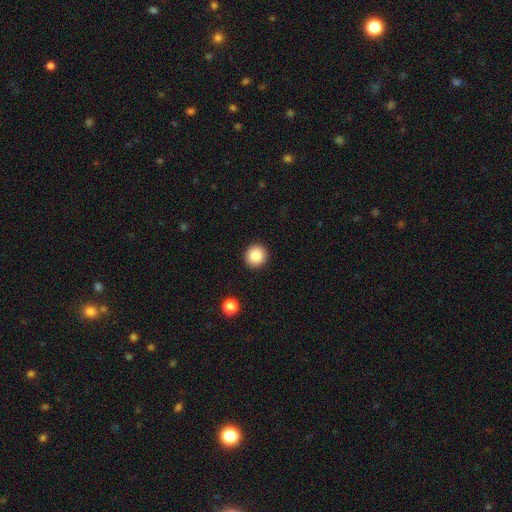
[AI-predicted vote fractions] A smooth galaxy with no disk features (84%) that is round (94%). Merging: none (93%).